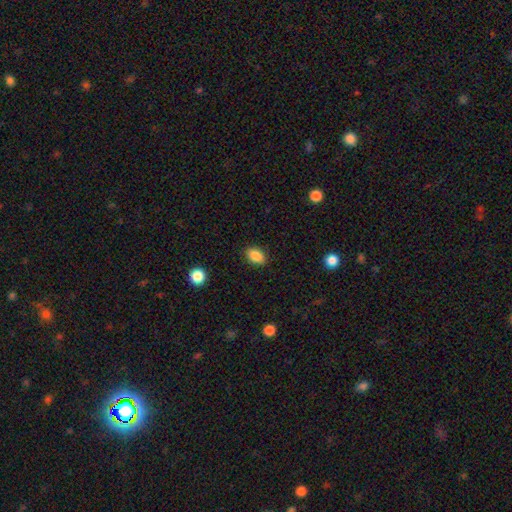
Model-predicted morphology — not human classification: Smooth or featured: smooth — 88% (star or artifact — 8%)
How rounded: in between — 82% (round — 17%)
Merging: none — 88% (minor disturbance — 9%)